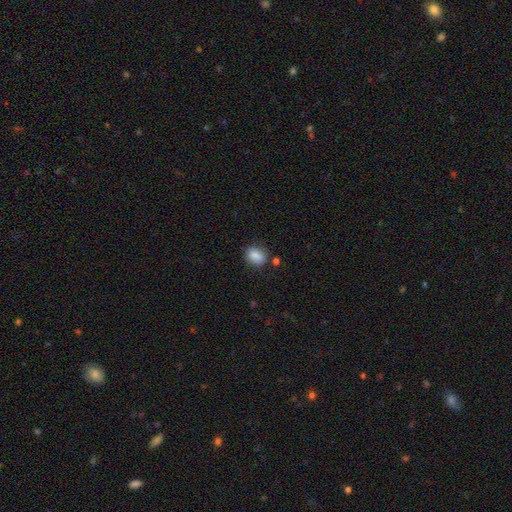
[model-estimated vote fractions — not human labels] smooth_or_featured: smooth (p=0.86) [alt: star or artifact p=0.09]
how_rounded: in between (p=0.58) [alt: round p=0.41]
merging: none (p=0.76) [alt: minor disturbance p=0.15]